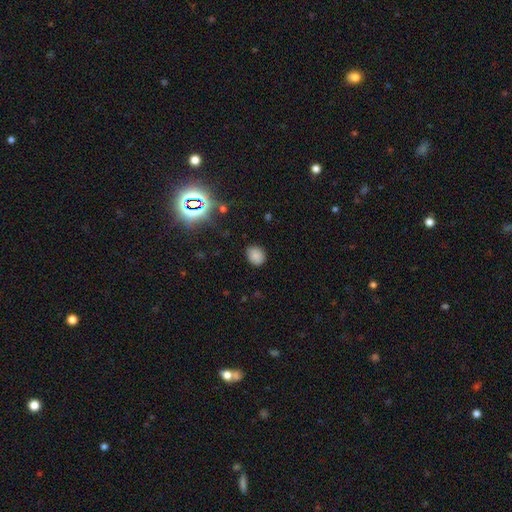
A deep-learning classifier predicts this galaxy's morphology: Smooth or featured?
  - smooth: 81% *
  - star or artifact: 15%
  - featured or disk: 5%
How rounded?
  - round: 56% *
  - in between: 43%
  - cigar-shaped: 1%
Merging?
  - none: 83% *
  - minor disturbance: 12%
  - major disturbance: 3%
  - merger: 1%